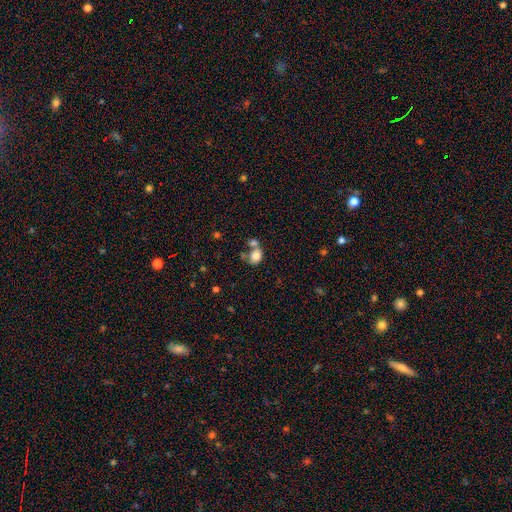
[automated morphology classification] Smooth or featured?
  - smooth: 79% *
  - featured or disk: 11%
  - star or artifact: 10%
How rounded?
  - in between: 55% *
  - round: 44%
  - cigar-shaped: 1%
Merging?
  - merger: 43% *
  - none: 35%
  - minor disturbance: 14%
  - major disturbance: 8%